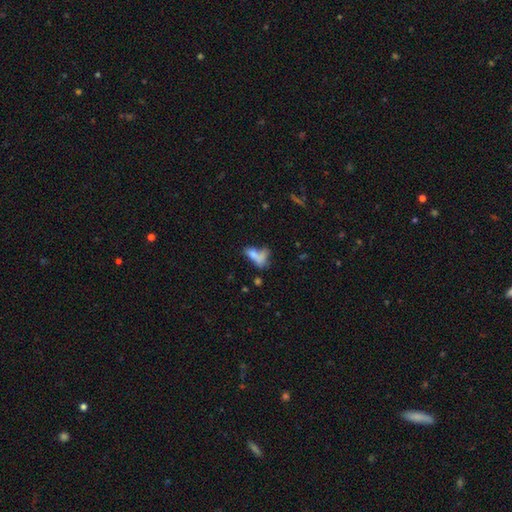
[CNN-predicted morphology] Smooth or featured? Predicted: smooth (p=0.68). How rounded? Predicted: in between (p=0.75). Merging? Predicted: merger (p=0.48).